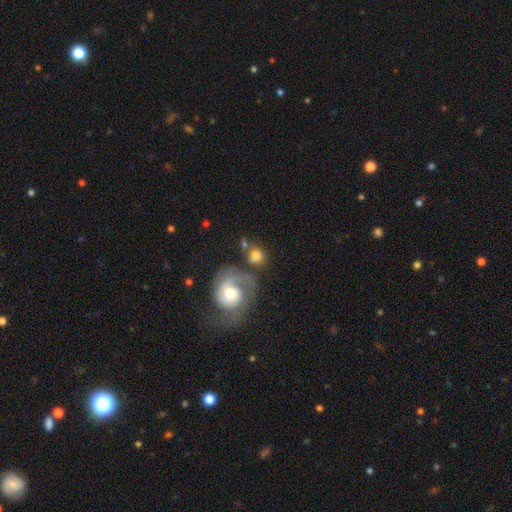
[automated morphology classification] smooth 65%, featured or disk 27%, star or artifact 8%. Down the decision tree: how rounded — round (70%); merging — none (47%).